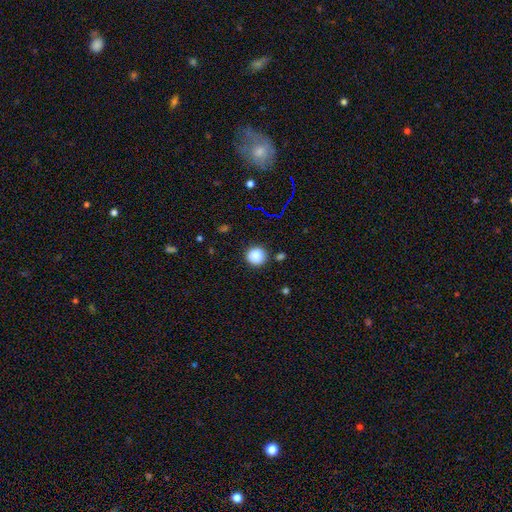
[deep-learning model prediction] Q: Smooth or featured?
A: smooth (85%); runner-up: star or artifact (11%)
Q: How rounded?
A: round (94%); runner-up: in between (5%)
Q: Merging?
A: none (87%); runner-up: minor disturbance (8%)